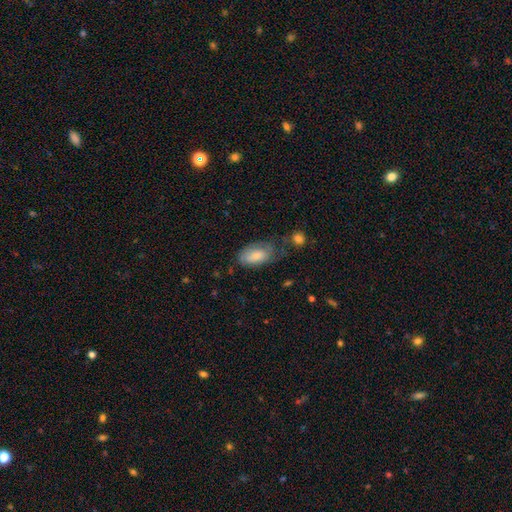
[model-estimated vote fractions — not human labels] A smooth galaxy with no disk features (74%) that is in between round and cigar-shaped (93%). Merging: none (45%).